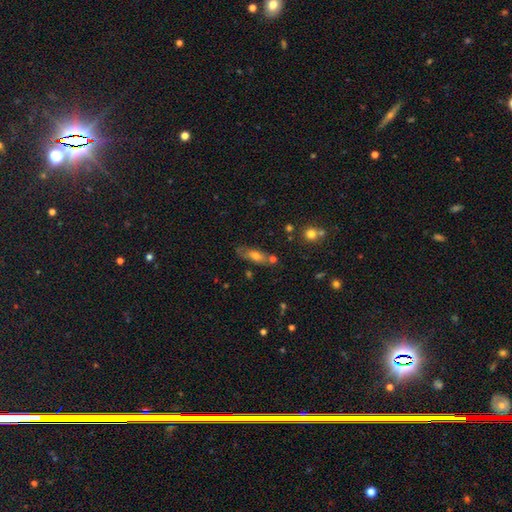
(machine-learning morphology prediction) Smooth or featured?
  - smooth: 61% *
  - featured or disk: 30%
  - star or artifact: 9%
How rounded?
  - in between: 66% *
  - cigar-shaped: 29%
  - round: 5%
Merging?
  - none: 62% *
  - minor disturbance: 20%
  - merger: 11%
  - major disturbance: 6%